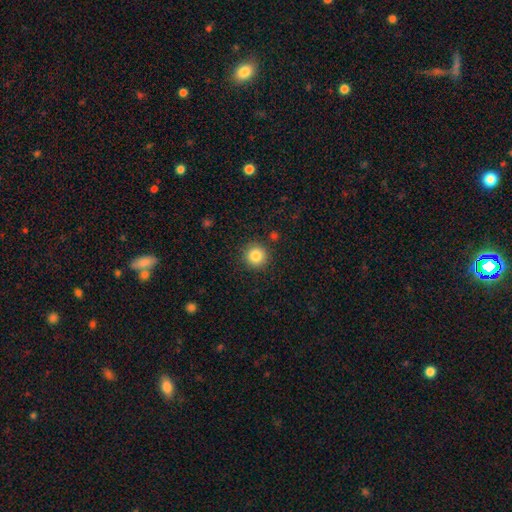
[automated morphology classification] Q: Smooth or featured?
A: smooth (84%); runner-up: star or artifact (10%)
Q: How rounded?
A: round (95%); runner-up: in between (4%)
Q: Merging?
A: none (89%); runner-up: minor disturbance (6%)